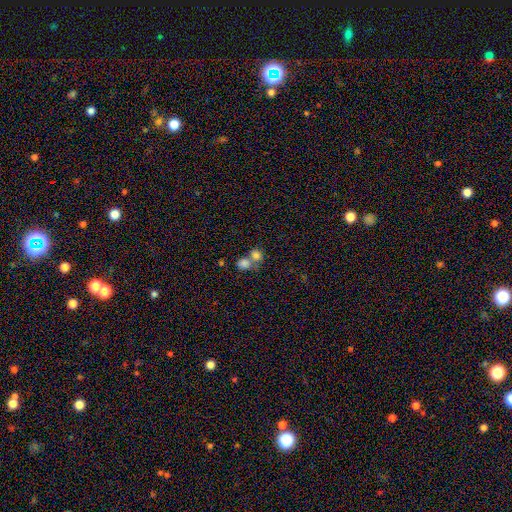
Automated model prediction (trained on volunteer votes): This is likely a smooth galaxy (79%). How rounded: likely round (72%). Merging: possibly merger (56%).